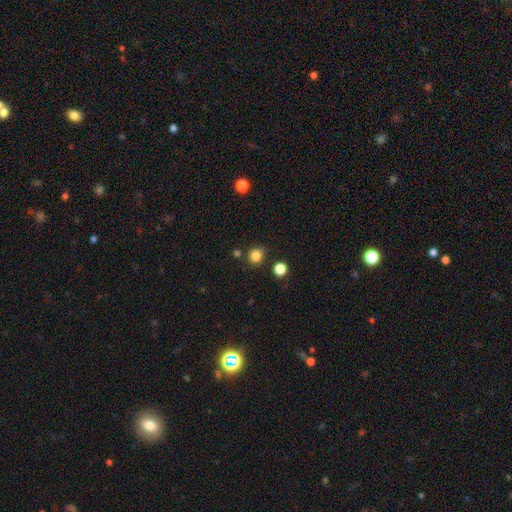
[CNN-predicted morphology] Overall: smooth (83%). How rounded: round (89%). Merging: none (84%).